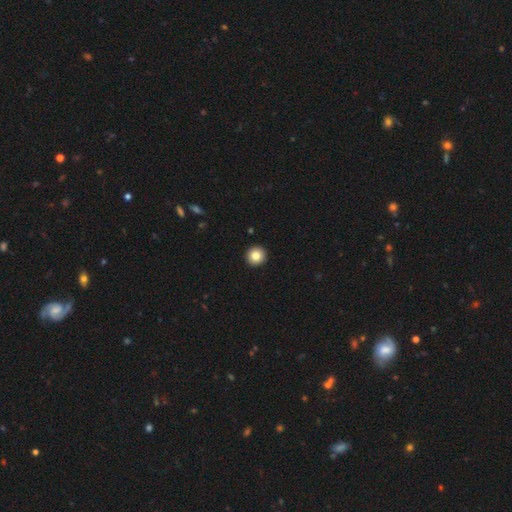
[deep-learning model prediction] The model was most divided on "smooth or featured": smooth: 84%, star or artifact: 9%, featured or disk: 6%. More confident: how rounded — round (95%); merging — none (94%).